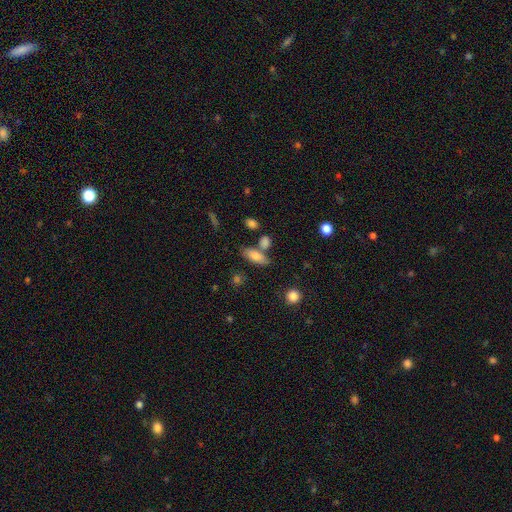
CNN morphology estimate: smooth-or-featured: smooth: 79% | featured or disk: 13% | star or artifact: 8%
  how-rounded: in between: 73% | cigar-shaped: 23% | round: 4%
  merging: none: 64% | merger: 18% | minor disturbance: 14% | major disturbance: 4%